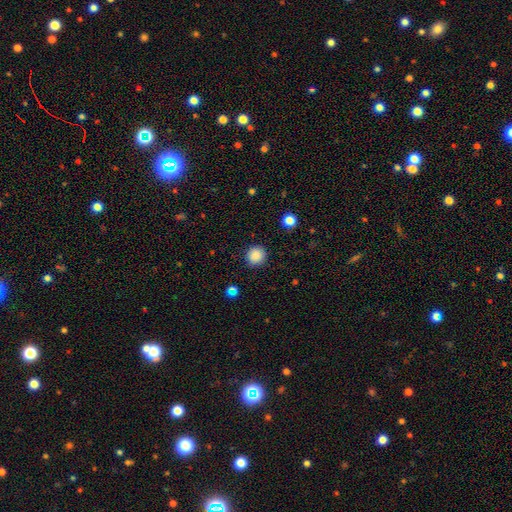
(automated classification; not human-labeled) Smooth or featured: smooth — 87% (star or artifact — 10%)
How rounded: round — 92% (in between — 7%)
Merging: none — 90% (minor disturbance — 7%)